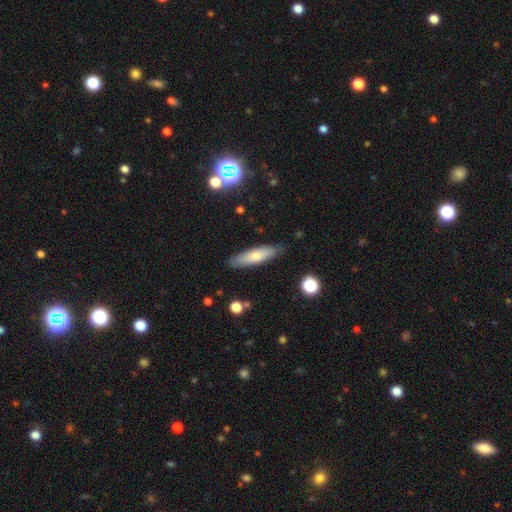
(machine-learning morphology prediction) smooth 63%, featured or disk 30%, star or artifact 7%. Down the decision tree: how rounded — cigar-shaped (70%); merging — none (87%).